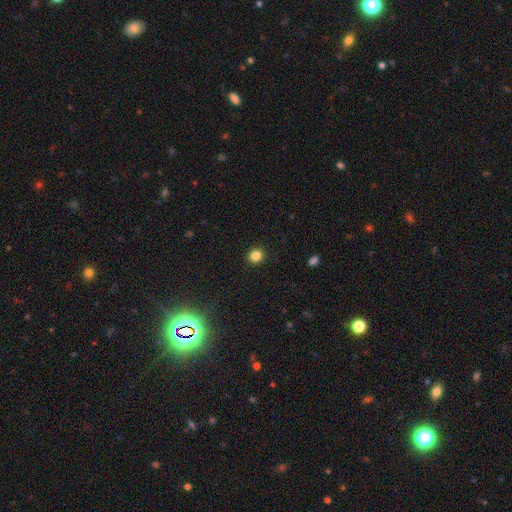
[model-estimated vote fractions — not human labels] Smooth or featured: smooth — 84% (star or artifact — 12%)
How rounded: round — 82% (in between — 17%)
Merging: none — 92% (minor disturbance — 5%)